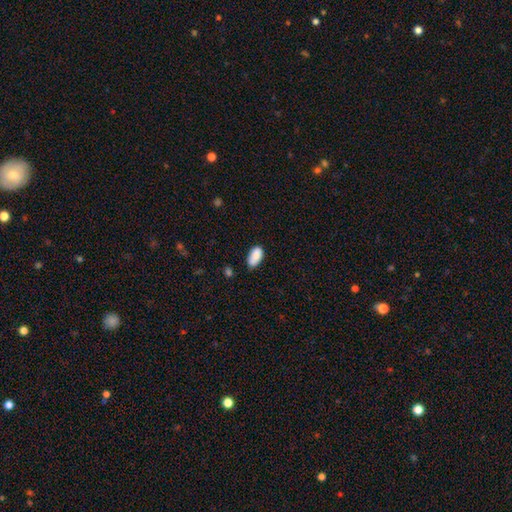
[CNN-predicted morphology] Smooth or featured? Predicted: smooth (p=0.86). How rounded? Predicted: in between (p=0.94). Merging? Predicted: none (p=0.62).